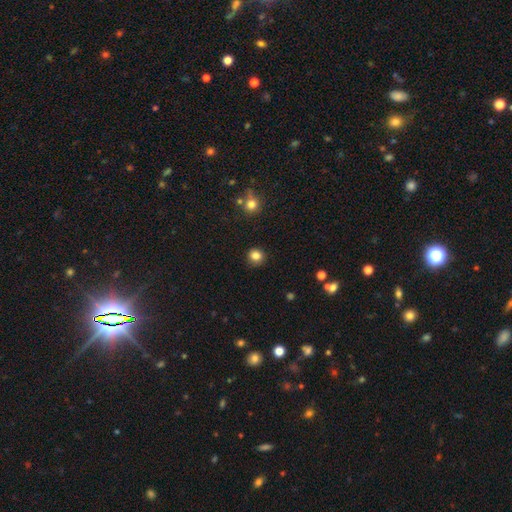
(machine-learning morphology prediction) Smooth or featured?
  - smooth: 84% *
  - star or artifact: 11%
  - featured or disk: 4%
How rounded?
  - round: 90% *
  - in between: 9%
  - cigar-shaped: 1%
Merging?
  - none: 90% *
  - minor disturbance: 7%
  - major disturbance: 2%
  - merger: 1%